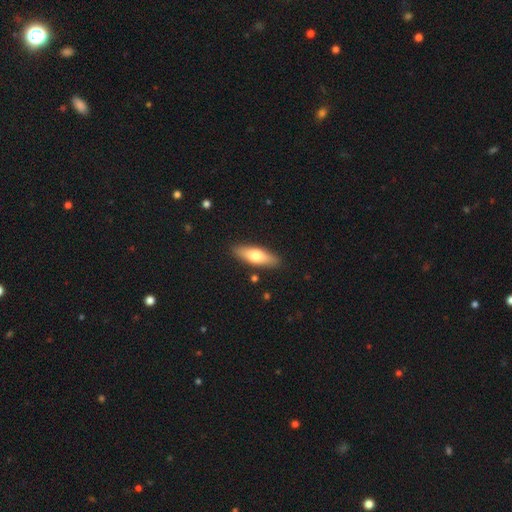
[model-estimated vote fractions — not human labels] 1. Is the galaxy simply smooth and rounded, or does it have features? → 64% smooth, 31% featured or disk, 6% star or artifact.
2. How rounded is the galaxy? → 49% in between (tied), 49% cigar-shaped (tied), 2% round.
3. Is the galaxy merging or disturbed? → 88% none, 9% minor disturbance, 2% major disturbance, 2% merger.